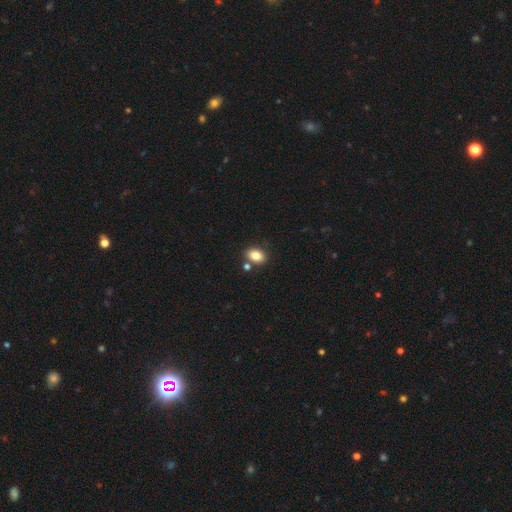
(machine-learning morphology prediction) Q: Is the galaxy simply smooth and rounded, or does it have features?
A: smooth — 84%.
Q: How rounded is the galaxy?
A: in between — 75%.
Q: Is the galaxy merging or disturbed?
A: none — 74%.